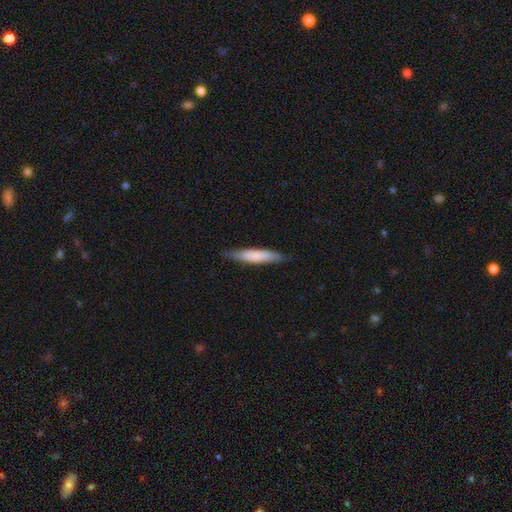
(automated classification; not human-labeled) smooth-or-featured: smooth: 73% | featured or disk: 22% | star or artifact: 5%
  how-rounded: cigar-shaped: 88% | in between: 11% | round: 1%
  merging: none: 83% | minor disturbance: 14% | major disturbance: 2% | merger: 1%